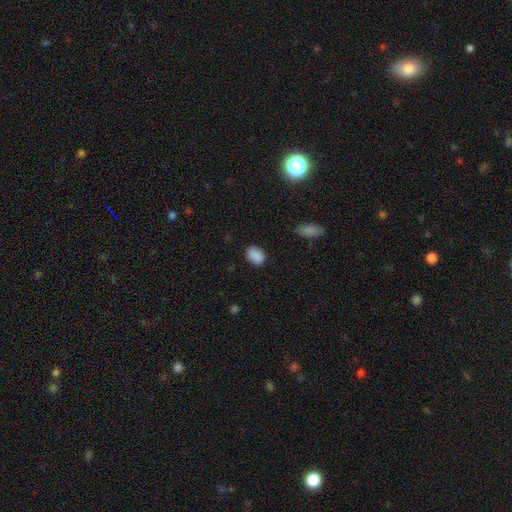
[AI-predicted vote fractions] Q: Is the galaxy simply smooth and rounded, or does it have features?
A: smooth — 89%.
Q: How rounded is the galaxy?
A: in between — 70%.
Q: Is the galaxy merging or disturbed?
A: none — 86%.